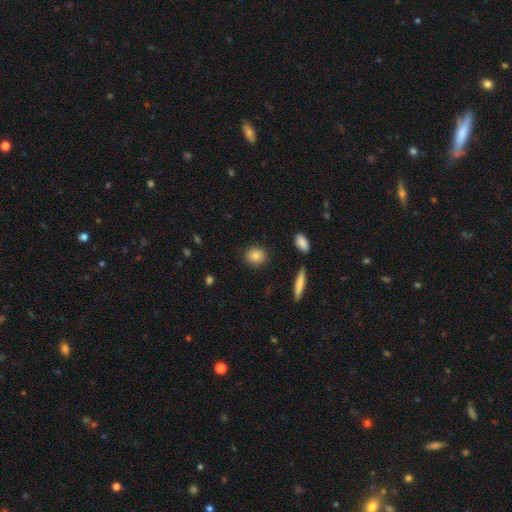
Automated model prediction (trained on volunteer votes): Smooth or featured? Predicted: smooth (p=0.85). How rounded? Predicted: round (p=0.73). Merging? Predicted: none (p=0.89).